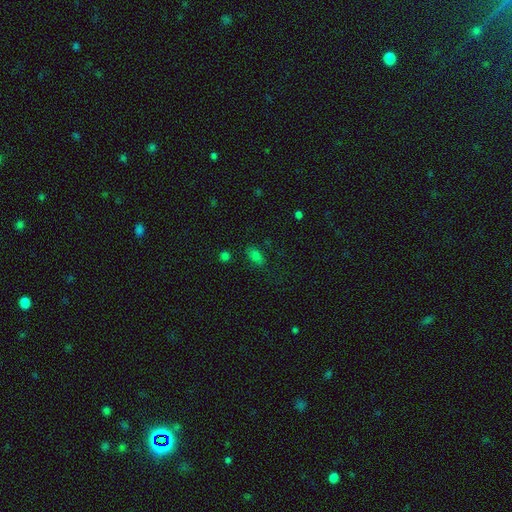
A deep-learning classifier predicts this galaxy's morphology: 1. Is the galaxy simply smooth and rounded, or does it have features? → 73% smooth, 20% star or artifact, 7% featured or disk.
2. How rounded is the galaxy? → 85% in between, 9% round, 5% cigar-shaped.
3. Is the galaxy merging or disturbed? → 74% none, 17% minor disturbance, 6% major disturbance, 3% merger.